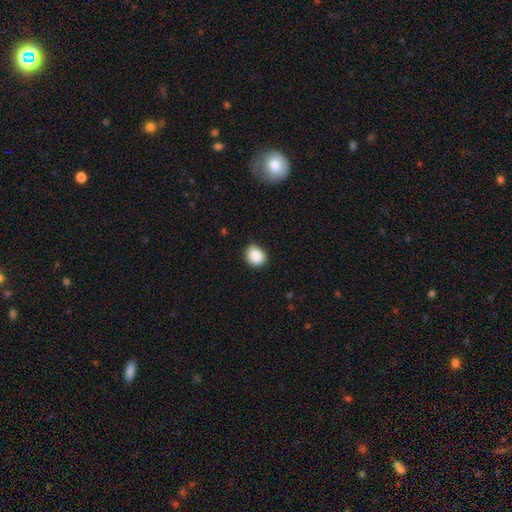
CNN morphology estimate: smooth 88%, star or artifact 8%, featured or disk 3%. Down the decision tree: how rounded — round (70%); merging — none (82%).